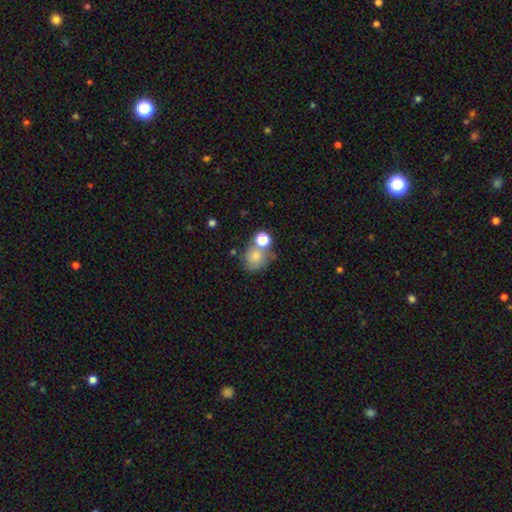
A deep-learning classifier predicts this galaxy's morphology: Smooth or featured: smooth — 76% (featured or disk — 12%)
How rounded: round — 71% (in between — 28%)
Merging: none — 47% (merger — 32%)